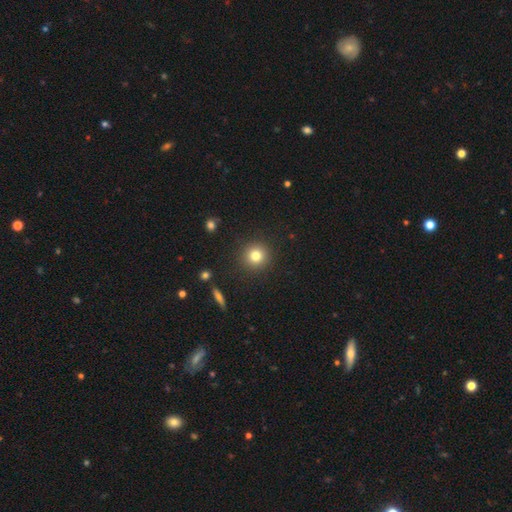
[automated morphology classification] Smooth or featured? smooth (80%)
How rounded? round (94%)
Merging? none (91%)